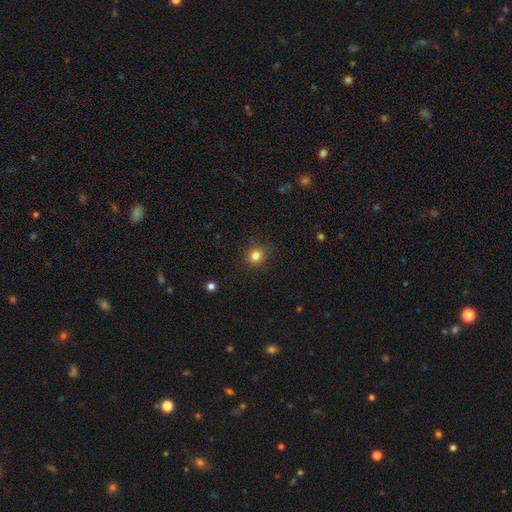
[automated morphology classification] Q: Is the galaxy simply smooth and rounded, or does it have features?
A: smooth — 82%.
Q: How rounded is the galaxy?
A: round — 91%.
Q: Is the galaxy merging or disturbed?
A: none — 85%.